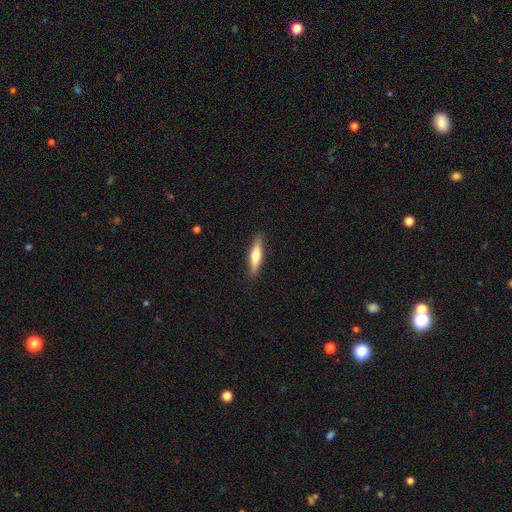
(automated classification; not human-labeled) Overall: smooth (53%; featured or disk 41%). How rounded: cigar-shaped (76%). Merging: none (89%).